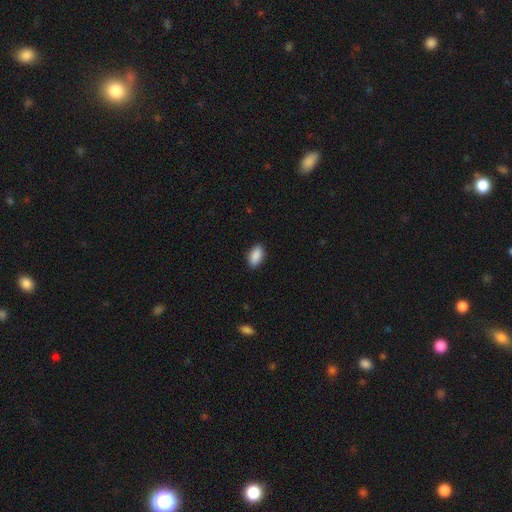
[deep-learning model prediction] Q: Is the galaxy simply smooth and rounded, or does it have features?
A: smooth — 90%.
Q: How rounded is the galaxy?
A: in between — 93%.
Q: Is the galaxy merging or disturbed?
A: none — 88%.